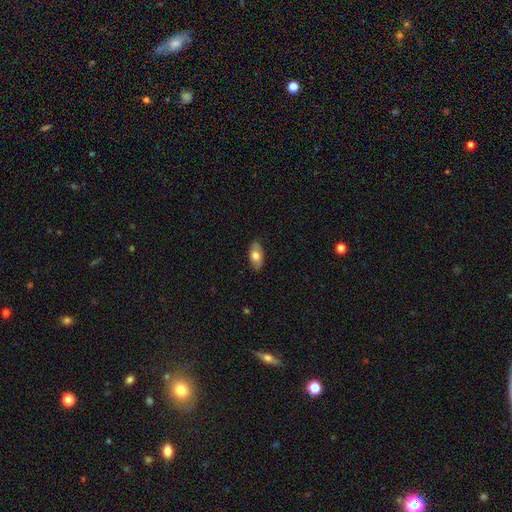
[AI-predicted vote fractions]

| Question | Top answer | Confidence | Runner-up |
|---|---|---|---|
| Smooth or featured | smooth | 71% | featured or disk (23%) |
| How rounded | in between | 92% | cigar-shaped (4%) |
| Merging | none | 85% | minor disturbance (12%) |